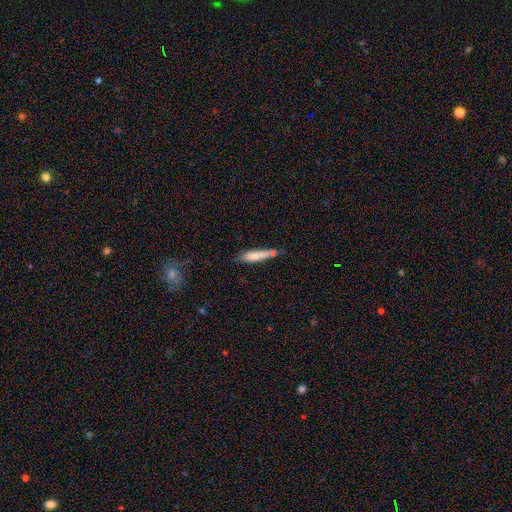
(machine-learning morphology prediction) A smooth galaxy with no disk features (73%) that is cigar-shaped (86%).

Vote fractions:
- Smooth or featured? smooth: 73% / featured or disk: 21% / star or artifact: 7%
- How rounded? cigar-shaped: 86% / in between: 13% / round: 2%
- Merging? none: 55% / minor disturbance: 24% / merger: 14% / major disturbance: 6%